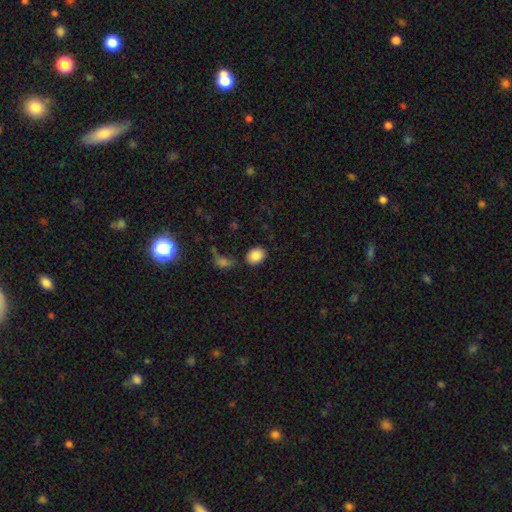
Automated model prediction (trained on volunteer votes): This appears to be a smooth galaxy with no disk features (87%) that is in between round and cigar-shaped (57%). Merging: none (79%).